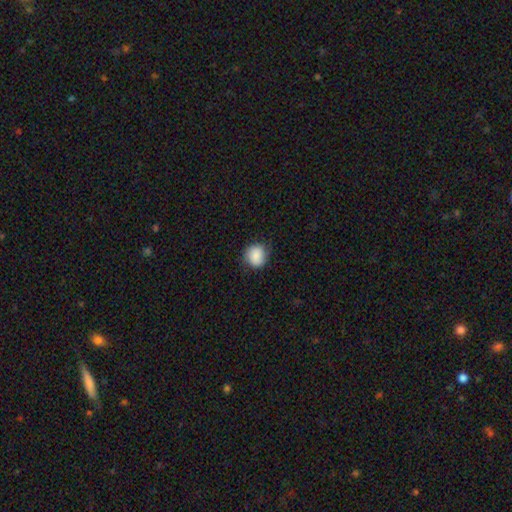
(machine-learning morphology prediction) This appears to be a smooth galaxy with no disk features (85%) that is round (78%). Merging: none (75%).